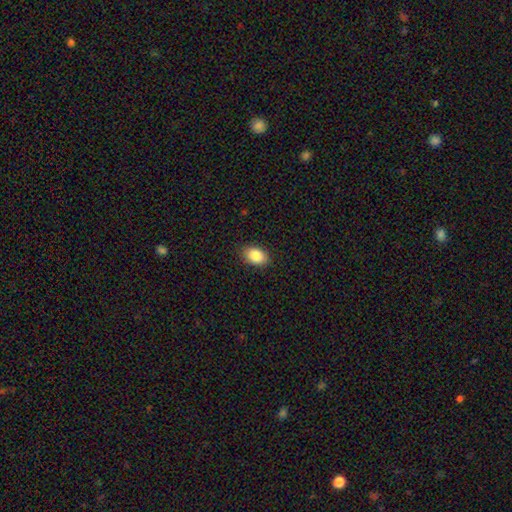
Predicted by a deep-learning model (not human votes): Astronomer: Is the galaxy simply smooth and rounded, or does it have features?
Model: smooth — 87%.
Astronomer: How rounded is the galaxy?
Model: in between — 85%.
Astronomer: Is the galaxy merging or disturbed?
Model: none — 88%.